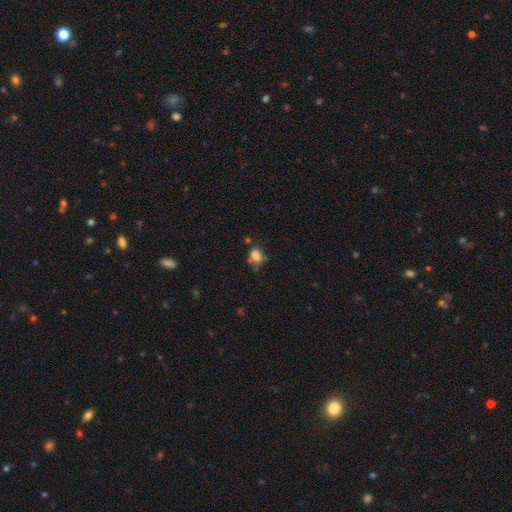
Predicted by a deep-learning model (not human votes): Smooth or featured?
  - smooth: 71% *
  - featured or disk: 16%
  - star or artifact: 13%
How rounded?
  - in between: 73% *
  - round: 25%
  - cigar-shaped: 2%
Merging?
  - none: 42% *
  - minor disturbance: 27%
  - major disturbance: 15%
  - merger: 15%